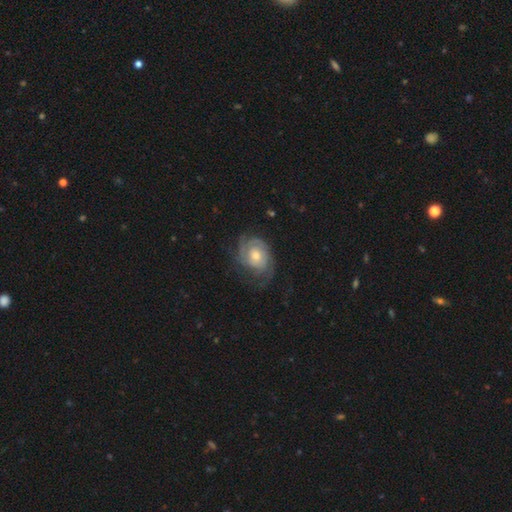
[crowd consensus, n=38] Overall: featured or disk (89%). Edge-on disk: no (94%). Bar: no (72%). Spiral arms: yes (100%). Spiral arm count: 3 (25%, tied with 4). Spiral winding: tight (72%). Bulge size: moderate (75%). Merging: none (74%).